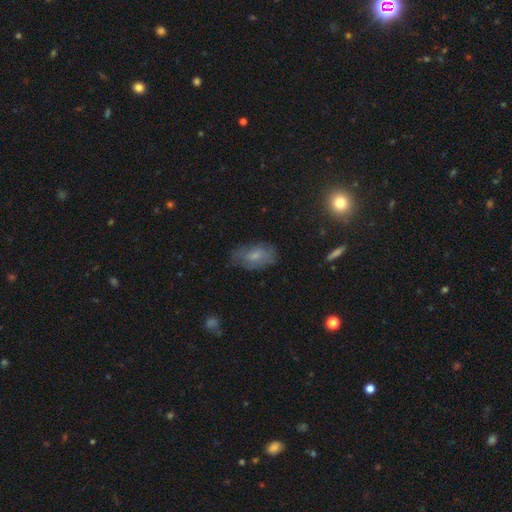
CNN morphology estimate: This is likely a smooth galaxy (63%). How rounded: clearly in between (90%). Merging: likely none (65%).